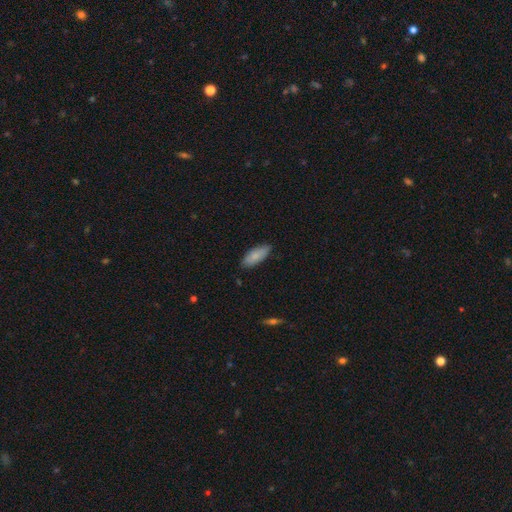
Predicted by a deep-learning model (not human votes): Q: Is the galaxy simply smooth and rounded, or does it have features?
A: smooth — 84%.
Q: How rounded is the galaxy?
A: in between — 80%.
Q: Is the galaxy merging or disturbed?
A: none — 82%.